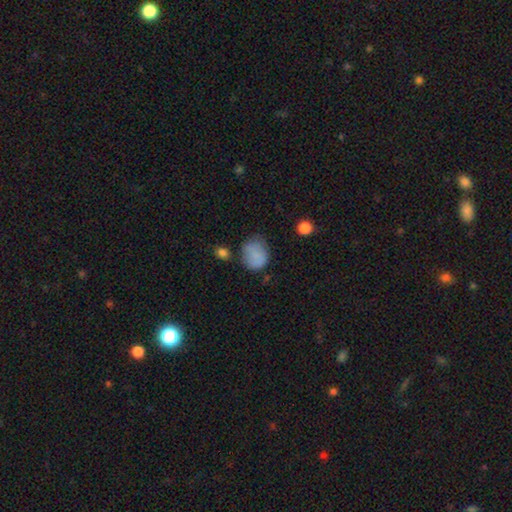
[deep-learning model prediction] Smooth or featured: smooth — 81% (star or artifact — 10%)
How rounded: round — 61% (in between — 38%)
Merging: none — 54% (minor disturbance — 30%)